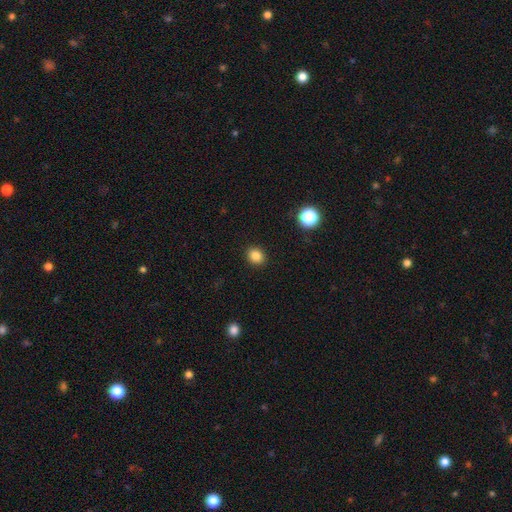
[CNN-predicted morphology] A smooth galaxy with no disk features (85%) that is round (73%).

Vote fractions:
- Smooth or featured? smooth: 85% / star or artifact: 12% / featured or disk: 4%
- How rounded? round: 73% / in between: 26% / cigar-shaped: 1%
- Merging? none: 91% / minor disturbance: 6% / major disturbance: 2% / merger: 1%